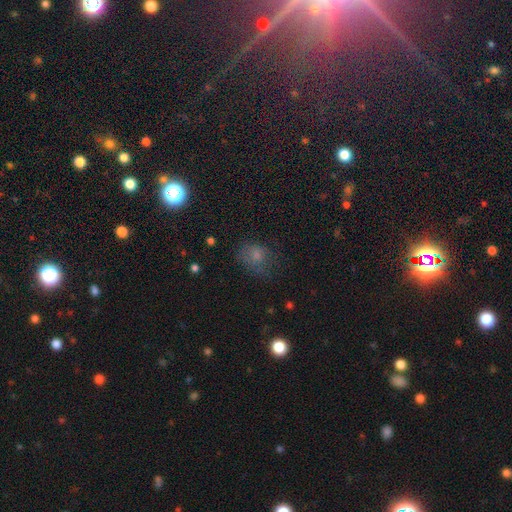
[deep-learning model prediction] Smooth or featured?
  - smooth: 64% *
  - star or artifact: 22%
  - featured or disk: 14%
How rounded?
  - round: 57% *
  - in between: 42%
  - cigar-shaped: 1%
Merging?
  - none: 57% *
  - minor disturbance: 23%
  - major disturbance: 17%
  - merger: 2%